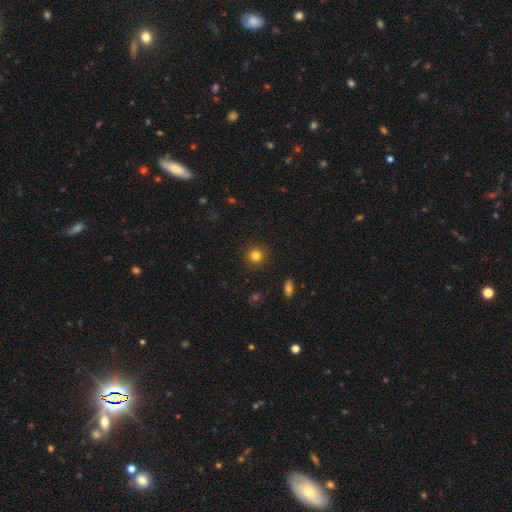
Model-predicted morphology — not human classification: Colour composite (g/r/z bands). It shows a smooth galaxy with no disk features (82%) that is round (93%). Merging: none (91%).